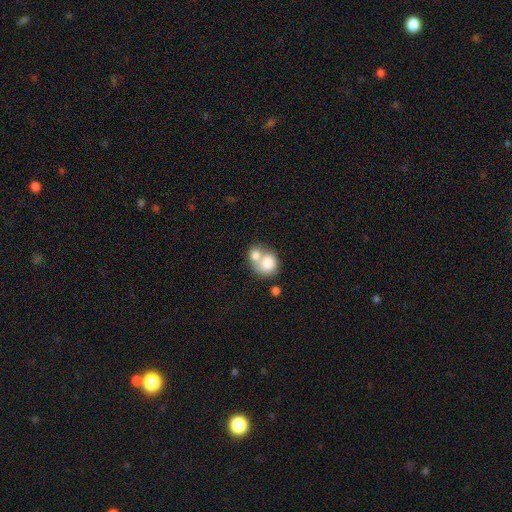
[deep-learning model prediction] Smooth or featured? Predicted: smooth (p=0.77). How rounded? Predicted: round (p=0.69). Merging? Predicted: merger (p=0.69).